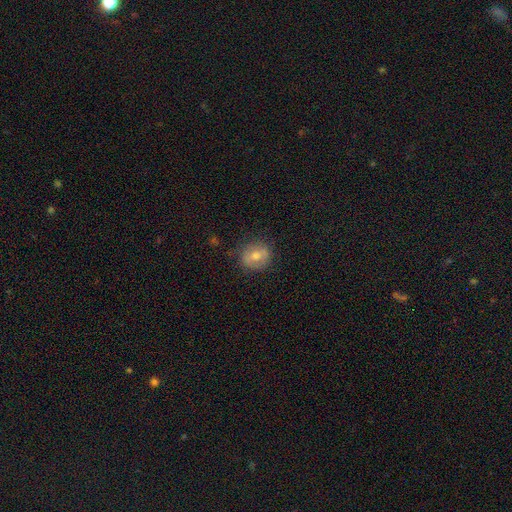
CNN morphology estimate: Smooth or featured? smooth (55%)
How rounded? round (75%)
Merging? none (82%)